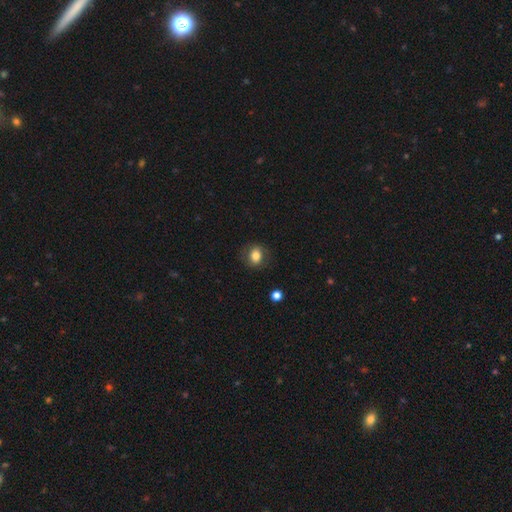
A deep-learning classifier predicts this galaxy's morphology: smooth 76%, featured or disk 15%, star or artifact 9%. Down the decision tree: how rounded — round (56%); merging — none (79%).